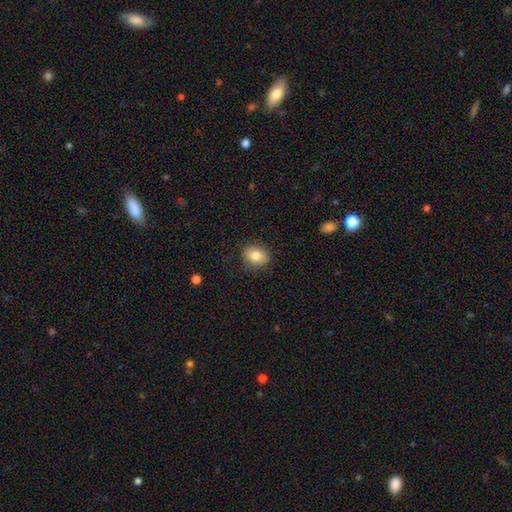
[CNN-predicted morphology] Smooth or featured: smooth — 82% (featured or disk — 9%)
How rounded: round — 56% (in between — 44%)
Merging: none — 86% (minor disturbance — 10%)